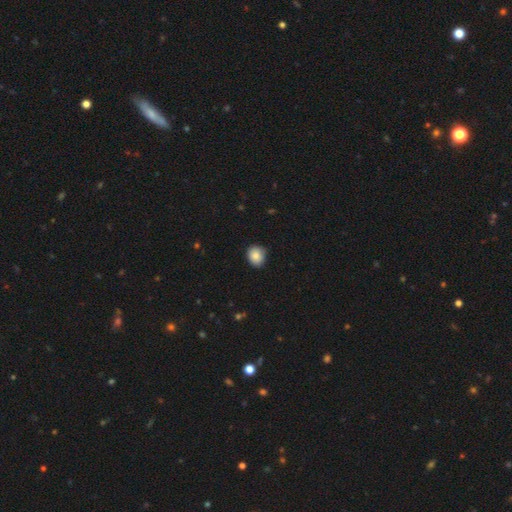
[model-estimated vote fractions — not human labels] The model was most divided on "how rounded": round: 71%, in between: 28%, cigar-shaped: 1%. More confident: smooth or featured — smooth (84%); merging — none (83%).